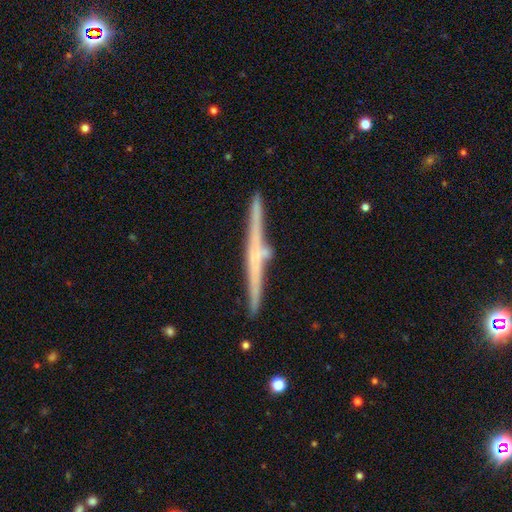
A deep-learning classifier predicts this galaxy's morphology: Overall: featured or disk (74%). Edge-on disk: yes (98%). Edge-on bulge: none (52%; rounded 34%). Merging: none (85%).